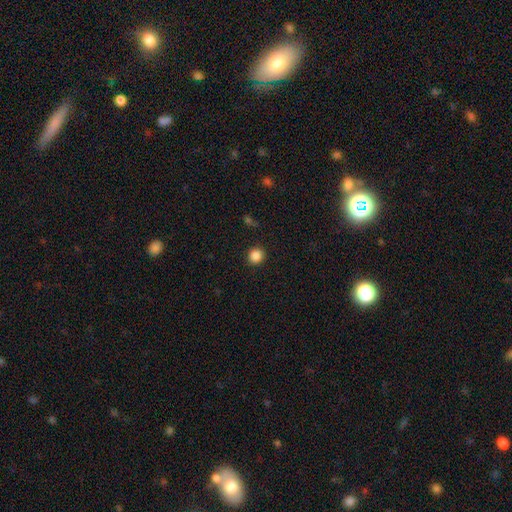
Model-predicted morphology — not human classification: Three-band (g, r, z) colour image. It shows a smooth galaxy with no disk features (86%) that is round (88%). Merging: none (91%).